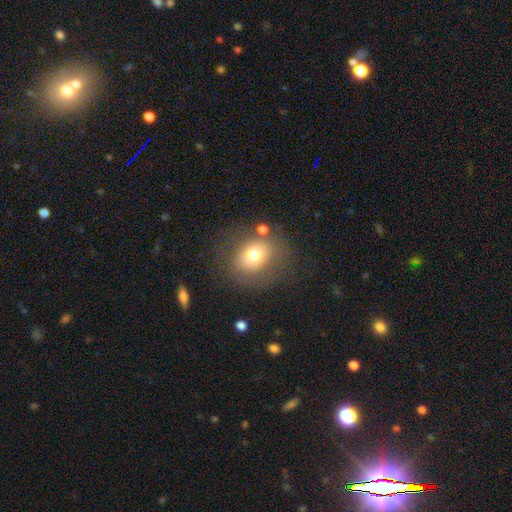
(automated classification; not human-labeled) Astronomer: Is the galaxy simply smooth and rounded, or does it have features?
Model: smooth — 64%.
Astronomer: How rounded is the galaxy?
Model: round — 64%.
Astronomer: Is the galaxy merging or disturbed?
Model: none — 79%.